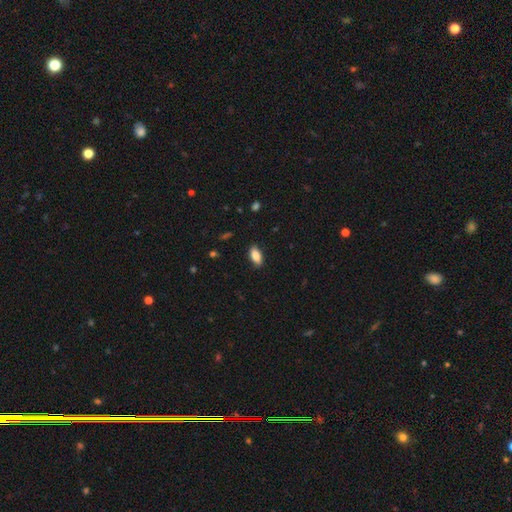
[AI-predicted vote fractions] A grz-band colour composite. It shows a smooth galaxy with no disk features (84%) that is in between round and cigar-shaped (88%). Merging: none (87%).